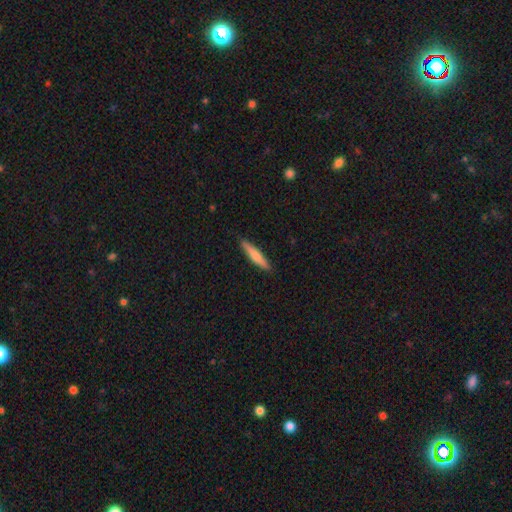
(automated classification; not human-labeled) Overall: smooth (71%). How rounded: cigar-shaped (90%). Merging: none (89%).